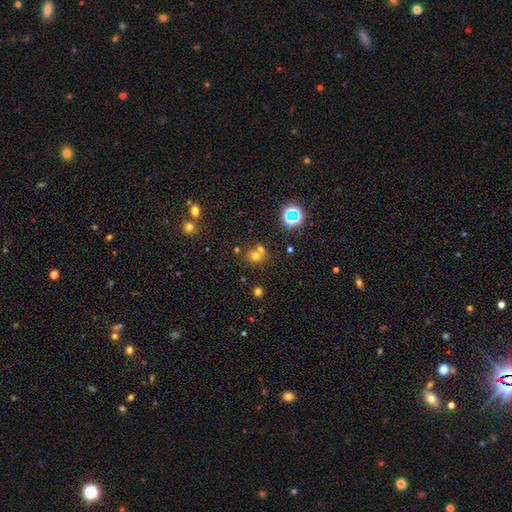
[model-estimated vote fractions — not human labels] A smooth galaxy with no disk features (62%) that is round (80%).

Vote fractions:
- Smooth or featured? smooth: 62% / star or artifact: 27% / featured or disk: 12%
- How rounded? round: 80% / in between: 19% / cigar-shaped: 1%
- Merging? none: 53% / merger: 36% / minor disturbance: 8% / major disturbance: 3%